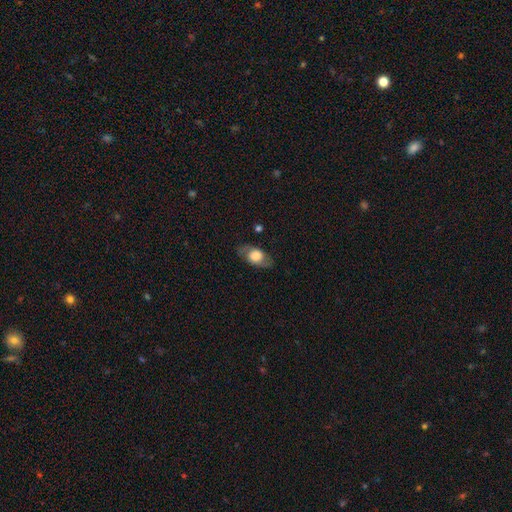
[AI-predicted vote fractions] Smooth or featured? smooth (56%)
How rounded? in between (76%)
Merging? none (77%)